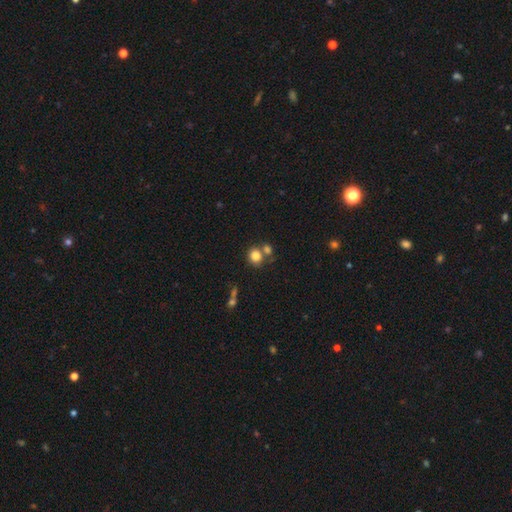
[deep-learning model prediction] Overall: smooth (82%). How rounded: round (73%). Merging: none (58%; merger 28%).